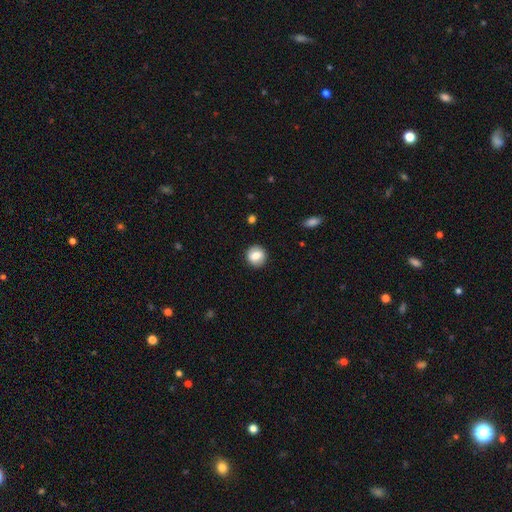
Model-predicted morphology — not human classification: Smooth or featured? Predicted: smooth (p=0.77). How rounded? Predicted: round (p=0.87). Merging? Predicted: none (p=0.89).